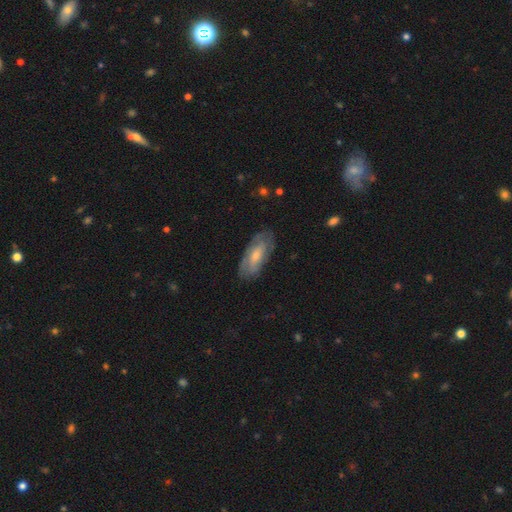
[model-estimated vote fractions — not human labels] Overall: smooth (50%; featured or disk 44%). Merging: none (74%).